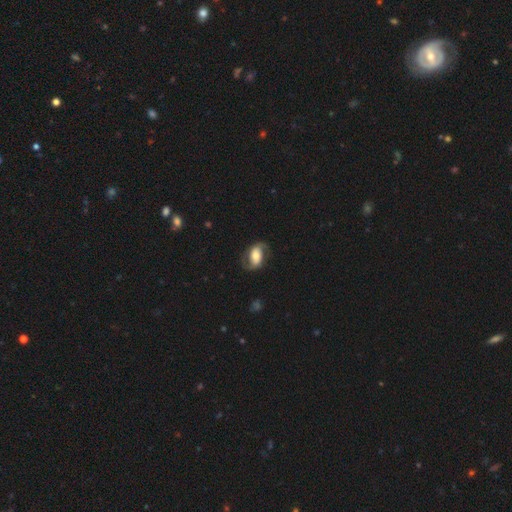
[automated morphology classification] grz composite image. It shows a featured or disk galaxy (64%) with no bar (39%), 2 (89%) medium (42%) spiral arms (84%) and a moderate central bulge (53%). Merging: none (69%).